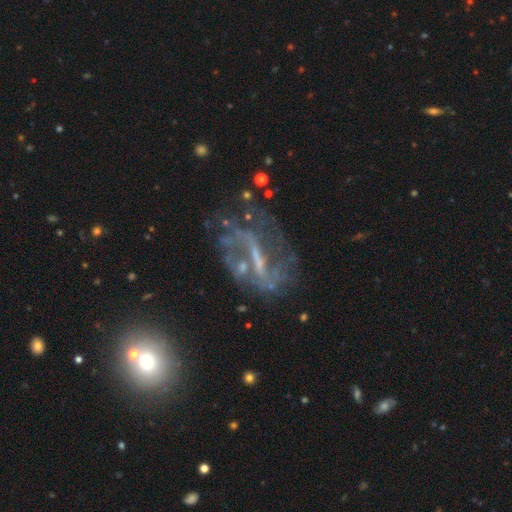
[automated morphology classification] Smooth or featured? Predicted: featured or disk (p=0.76). Edge-on disk? Predicted: no (p=0.92). Bar? Predicted: strong (p=0.47). Spiral arms? Predicted: yes (p=0.70). Bulge size? Predicted: small (p=0.41). Merging? Predicted: none (p=0.49).